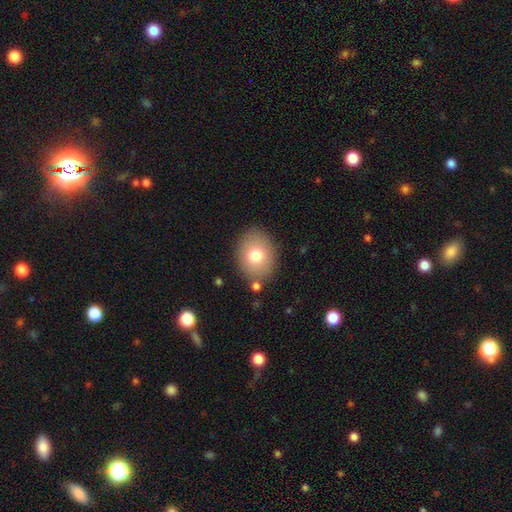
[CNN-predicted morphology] smooth-or-featured: smooth: 76% | featured or disk: 15% | star or artifact: 9%
  how-rounded: in between: 54% | round: 45% | cigar-shaped: 1%
  merging: none: 82% | minor disturbance: 11% | merger: 4% | major disturbance: 3%